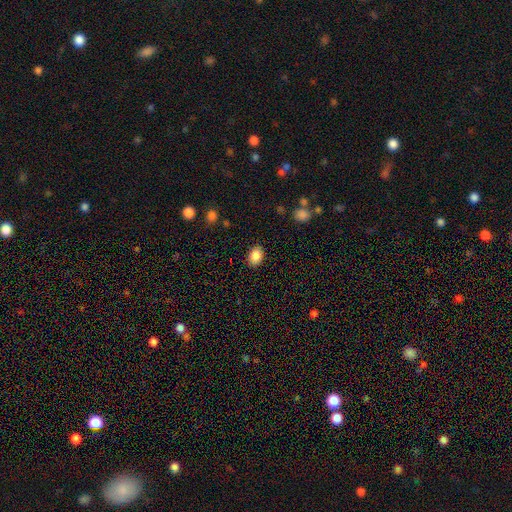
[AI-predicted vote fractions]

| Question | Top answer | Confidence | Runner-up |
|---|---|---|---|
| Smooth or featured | smooth | 88% | star or artifact (8%) |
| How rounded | in between | 82% | round (17%) |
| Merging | none | 87% | minor disturbance (9%) |